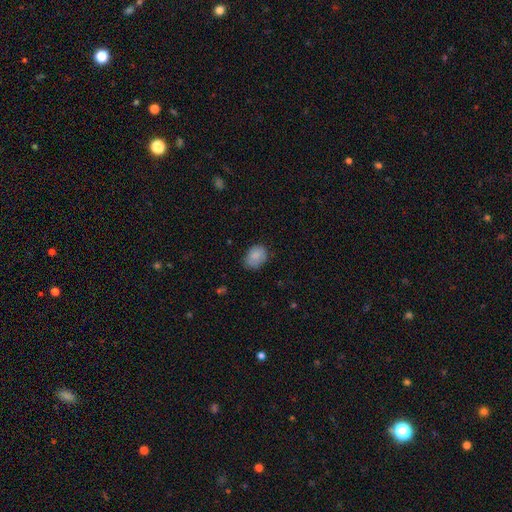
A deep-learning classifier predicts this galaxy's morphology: Smooth or featured? Predicted: smooth (p=0.84). How rounded? Predicted: in between (p=0.71). Merging? Predicted: none (p=0.71).